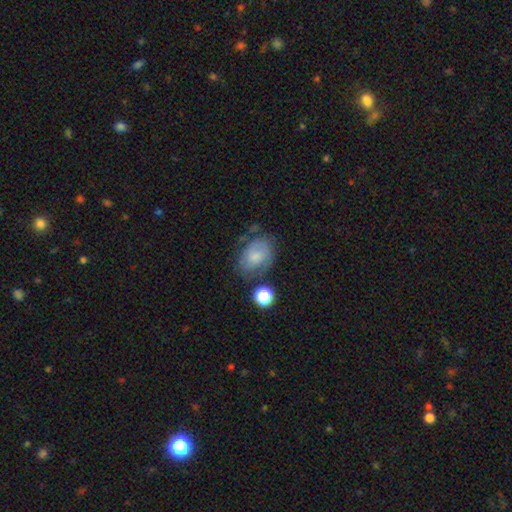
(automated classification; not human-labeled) Smooth or featured? Predicted: smooth (p=0.59). How rounded? Predicted: in between (p=0.72). Merging? Predicted: none (p=0.57).